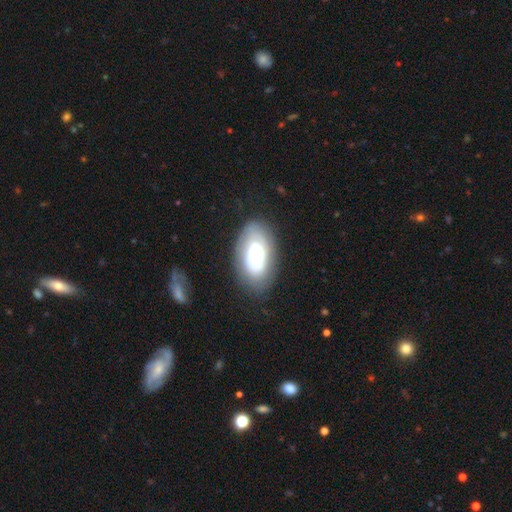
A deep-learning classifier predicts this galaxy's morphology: Smooth or featured: featured or disk — 49% (smooth — 44%)
Merging: none — 72% (minor disturbance — 18%)